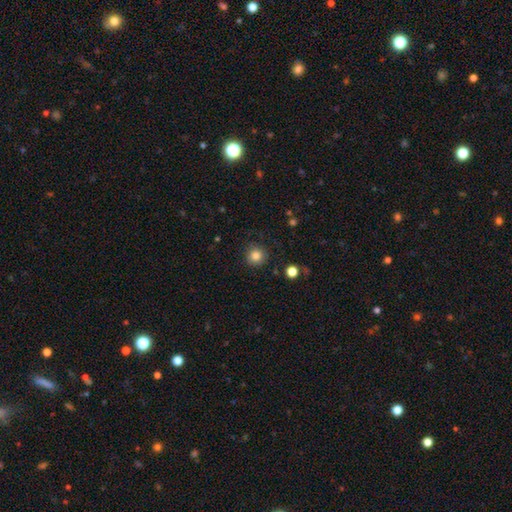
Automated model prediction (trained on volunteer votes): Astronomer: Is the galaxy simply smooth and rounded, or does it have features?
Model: smooth — 84%.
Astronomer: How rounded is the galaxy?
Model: round — 93%.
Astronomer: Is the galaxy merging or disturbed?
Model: none — 88%.